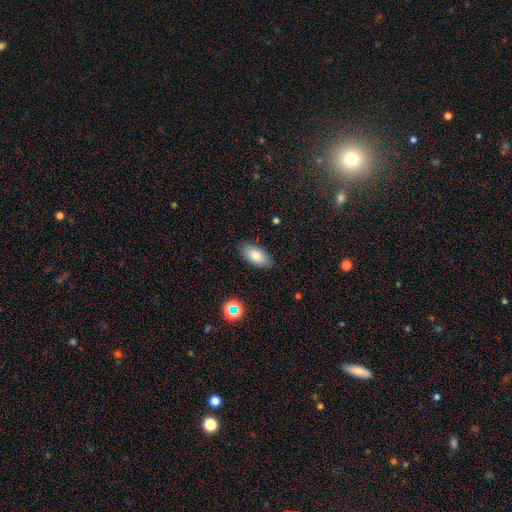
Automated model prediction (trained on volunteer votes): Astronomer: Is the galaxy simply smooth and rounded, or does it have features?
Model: smooth — 80%.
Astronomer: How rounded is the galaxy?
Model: in between — 92%.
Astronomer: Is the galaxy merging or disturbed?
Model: none — 86%.